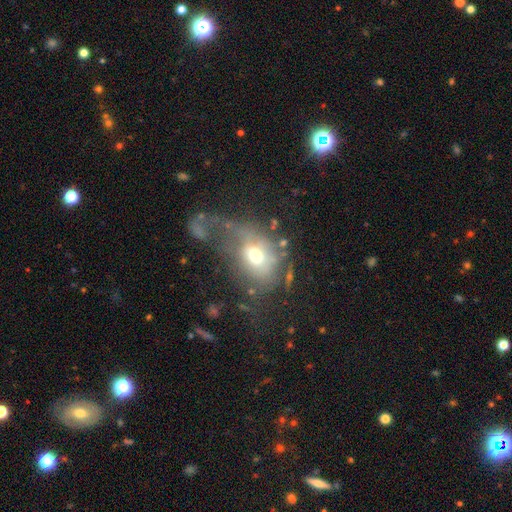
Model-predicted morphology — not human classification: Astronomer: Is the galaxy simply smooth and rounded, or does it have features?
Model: smooth — 52% (runner-up: featured or disk, 36%).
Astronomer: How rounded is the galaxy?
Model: in between — 57% (runner-up: round, 41%).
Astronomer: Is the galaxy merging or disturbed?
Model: major disturbance — 55%.